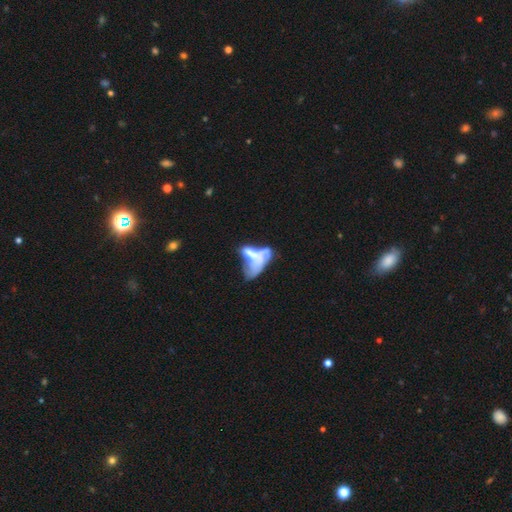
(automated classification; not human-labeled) featured or disk 49%, smooth 40%, star or artifact 11%. Down the decision tree: merging — merger (48%).